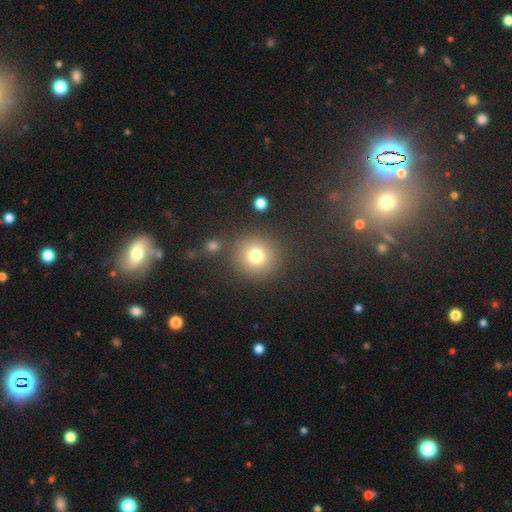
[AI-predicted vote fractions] Smooth or featured?
  - smooth: 77% *
  - star or artifact: 14%
  - featured or disk: 9%
How rounded?
  - round: 93% *
  - in between: 6%
  - cigar-shaped: 1%
Merging?
  - none: 84% *
  - minor disturbance: 7%
  - merger: 5%
  - major disturbance: 4%